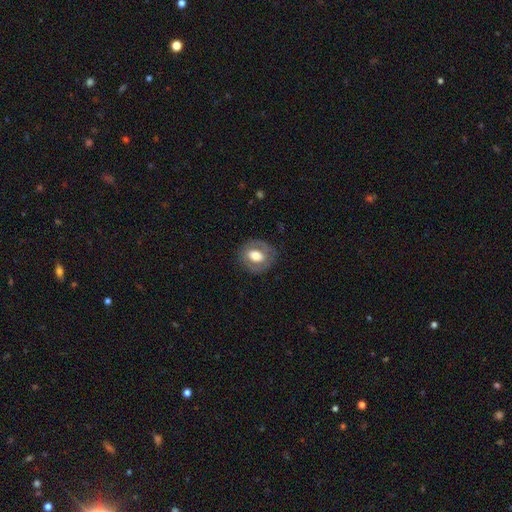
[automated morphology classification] This is possibly a smooth galaxy (53%). How rounded: possibly round (51%). Merging: likely none (79%).